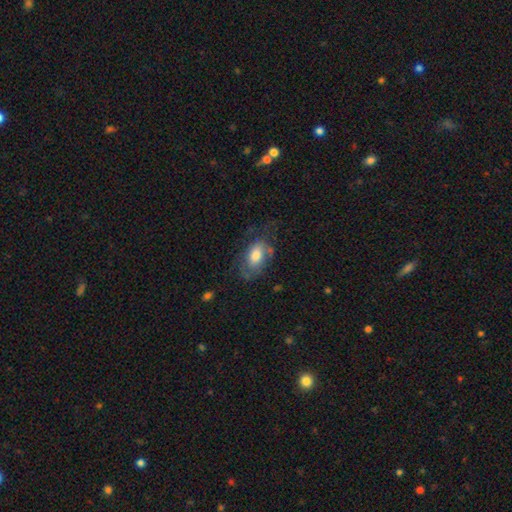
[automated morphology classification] Overall: smooth (61%; featured or disk 32%). How rounded: in between (89%). Merging: none (49%; minor disturbance 27%).